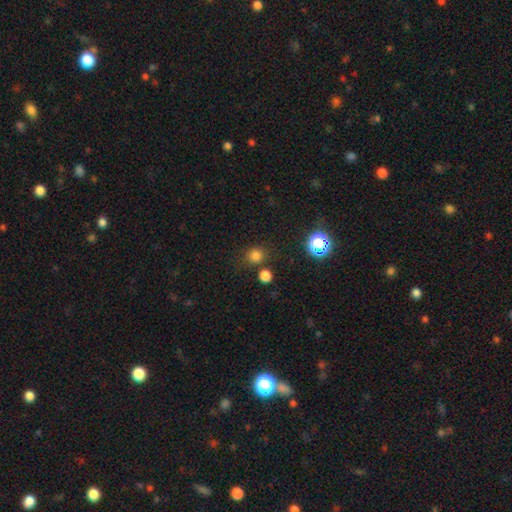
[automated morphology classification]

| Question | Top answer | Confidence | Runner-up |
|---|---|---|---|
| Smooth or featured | smooth | 76% | star or artifact (19%) |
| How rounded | round | 86% | in between (13%) |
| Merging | none | 76% | minor disturbance (10%) |